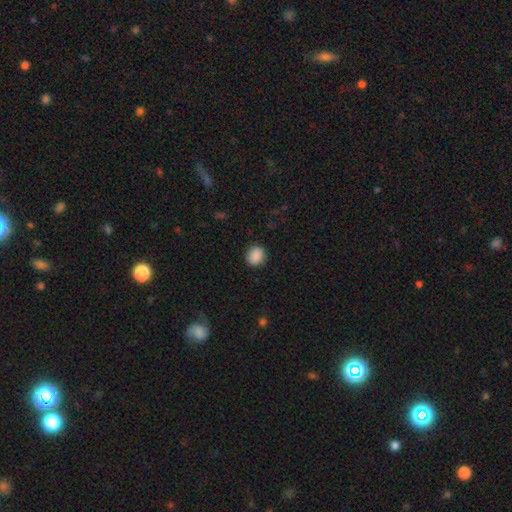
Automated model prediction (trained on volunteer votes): Morphology: type=smooth (89%); roundness=round (69%); merging=none (88%).